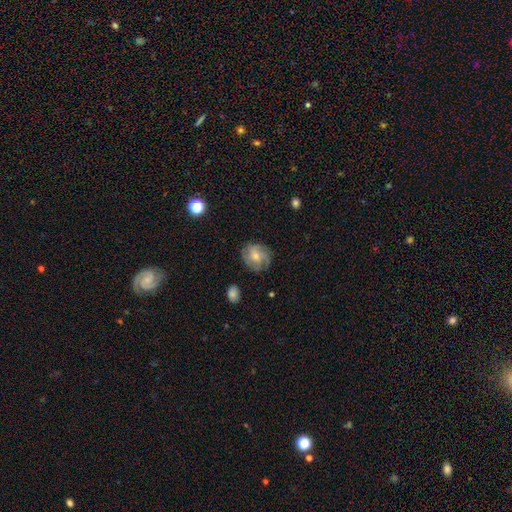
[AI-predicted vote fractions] featured or disk 61%, smooth 31%, star or artifact 8%. Down the decision tree: edge-on disk — no (97%); bar — no (66%); spiral arms — yes (89%); spiral arm count — can't tell (32%); spiral winding — tight (49%); bulge size — small (52%); merging — none (77%).